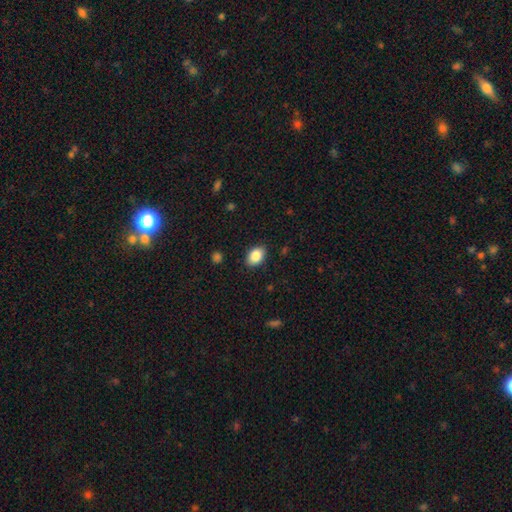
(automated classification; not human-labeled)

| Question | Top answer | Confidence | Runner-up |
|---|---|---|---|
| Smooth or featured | smooth | 87% | star or artifact (8%) |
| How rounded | in between | 83% | round (16%) |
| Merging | none | 87% | minor disturbance (9%) |